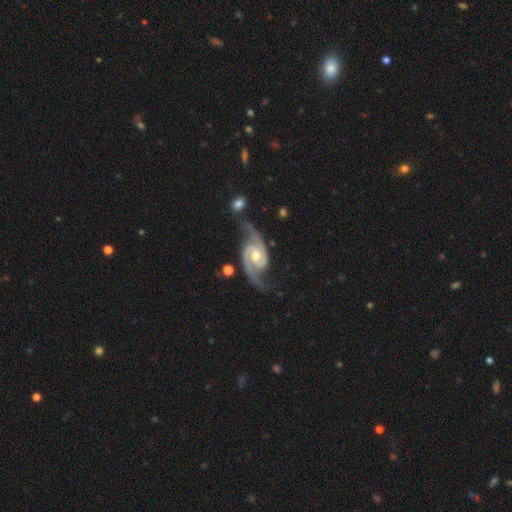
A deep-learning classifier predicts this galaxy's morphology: Smooth or featured? Predicted: featured or disk (p=0.93). Edge-on disk? Predicted: no (p=0.97). Bar? Predicted: no (p=0.55). Spiral arms? Predicted: yes (p=0.98). Spiral winding? Predicted: medium (p=0.54). Spiral arm count? Predicted: 2 (p=0.93). Bulge size? Predicted: moderate (p=0.71). Merging? Predicted: none (p=0.68).